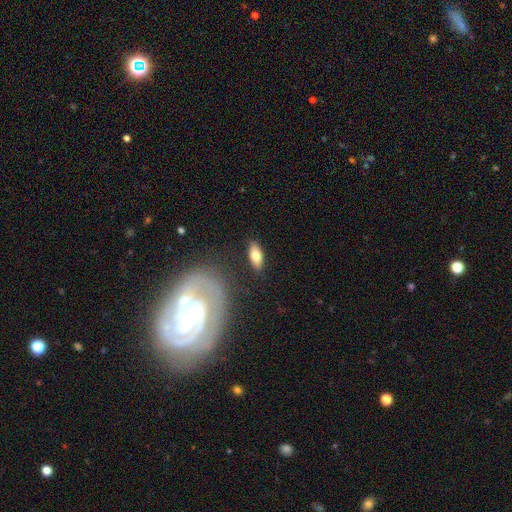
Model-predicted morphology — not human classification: This appears to be a smooth galaxy with no disk features (69%) that is in between round and cigar-shaped (79%). Merging: none (84%).